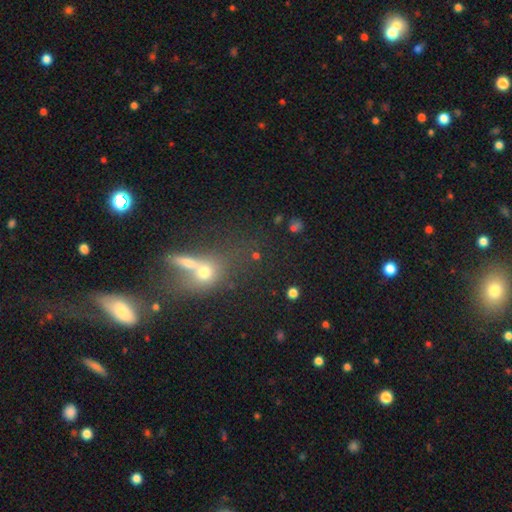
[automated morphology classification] smooth 54%, star or artifact 25%, featured or disk 20%. Down the decision tree: how rounded — round (54%); merging — merger (42%).